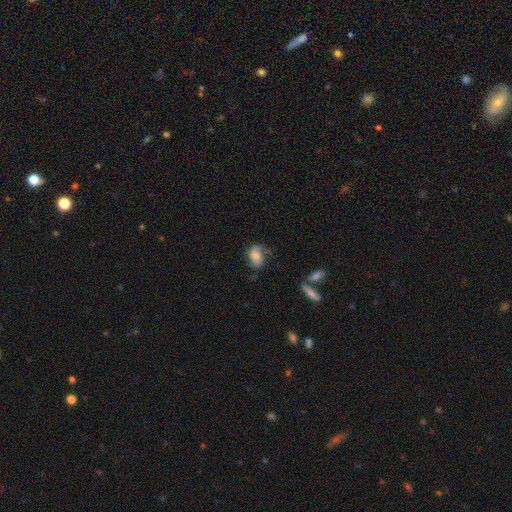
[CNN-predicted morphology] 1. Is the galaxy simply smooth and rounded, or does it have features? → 57% smooth, 34% featured or disk, 9% star or artifact.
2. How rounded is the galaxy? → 81% in between, 17% round, 2% cigar-shaped.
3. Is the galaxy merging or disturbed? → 52% none, 31% minor disturbance, 14% major disturbance, 4% merger.